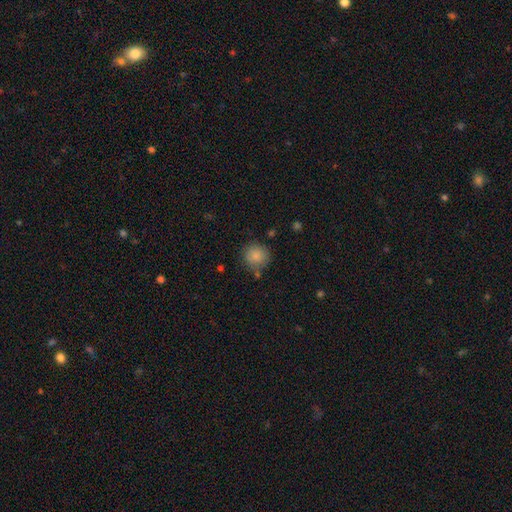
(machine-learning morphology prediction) Smooth or featured? Predicted: smooth (p=0.86). How rounded? Predicted: round (p=0.92). Merging? Predicted: none (p=0.78).